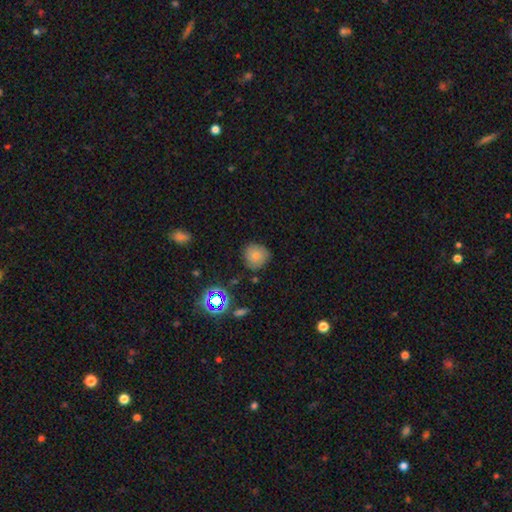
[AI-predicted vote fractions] Smooth or featured? Predicted: smooth (p=0.71). How rounded? Predicted: round (p=0.90). Merging? Predicted: none (p=0.78).